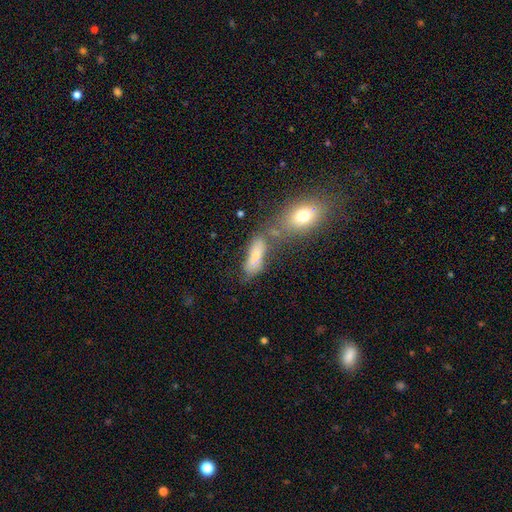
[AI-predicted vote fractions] This appears to be a smooth galaxy with no disk features (71%) that is in between round and cigar-shaped (64%). Merging: none (43%).